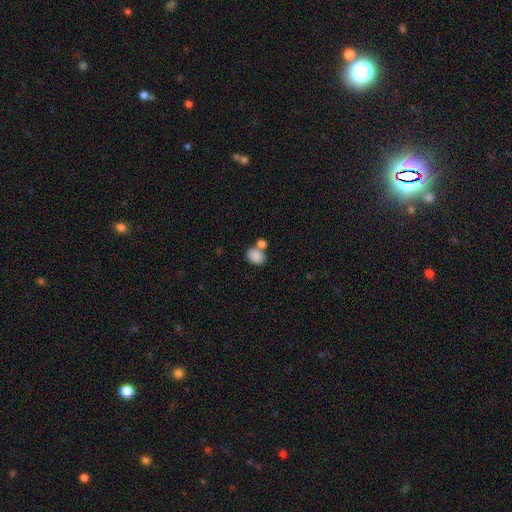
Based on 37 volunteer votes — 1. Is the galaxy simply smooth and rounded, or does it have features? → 92% smooth, 5% star or artifact, 3% featured or disk.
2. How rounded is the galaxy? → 82% in between, 18% round, 0% cigar-shaped.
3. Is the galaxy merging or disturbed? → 60% none, 23% merger, 17% minor disturbance, 0% major disturbance.